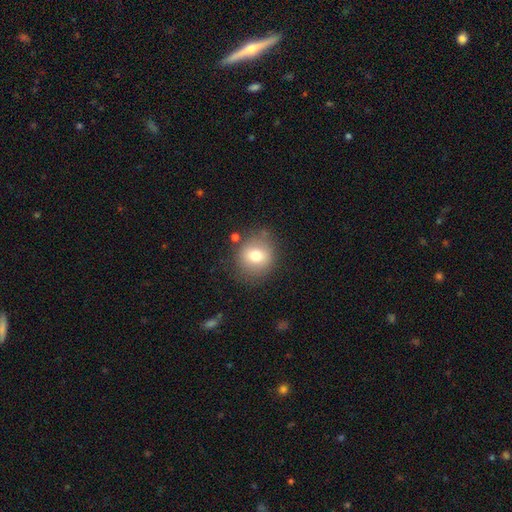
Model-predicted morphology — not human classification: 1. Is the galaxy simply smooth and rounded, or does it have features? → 74% smooth, 16% featured or disk, 10% star or artifact.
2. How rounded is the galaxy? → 80% round, 19% in between, 1% cigar-shaped.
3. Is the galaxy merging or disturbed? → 79% none, 13% minor disturbance, 4% major disturbance, 3% merger.